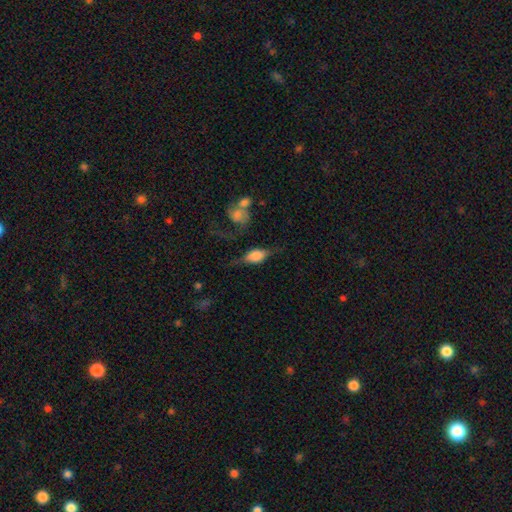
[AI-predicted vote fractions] Smooth or featured? Predicted: smooth (p=0.58). How rounded? Predicted: in between (p=0.82). Merging? Predicted: none (p=0.48).